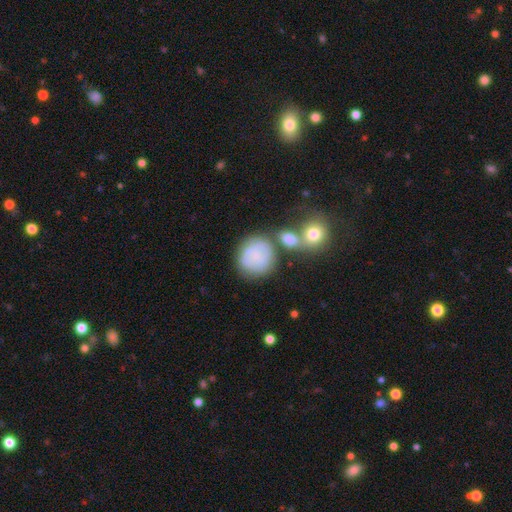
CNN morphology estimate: A smooth galaxy with no disk features (62%) that is round (84%). Merging: none (56%).